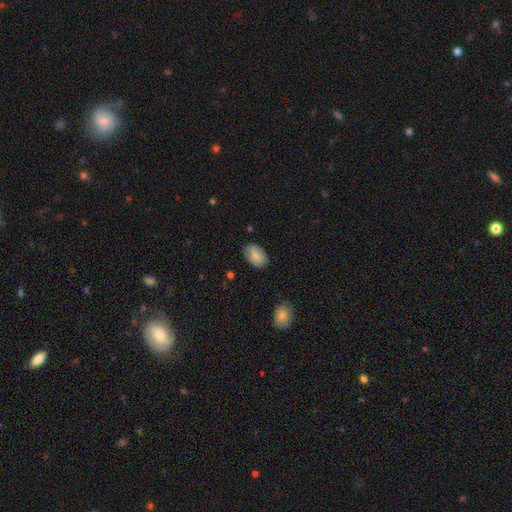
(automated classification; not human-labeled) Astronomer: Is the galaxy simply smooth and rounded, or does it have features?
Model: smooth — 85%.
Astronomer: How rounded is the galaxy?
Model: in between — 89%.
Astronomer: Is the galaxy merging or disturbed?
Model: none — 80%.